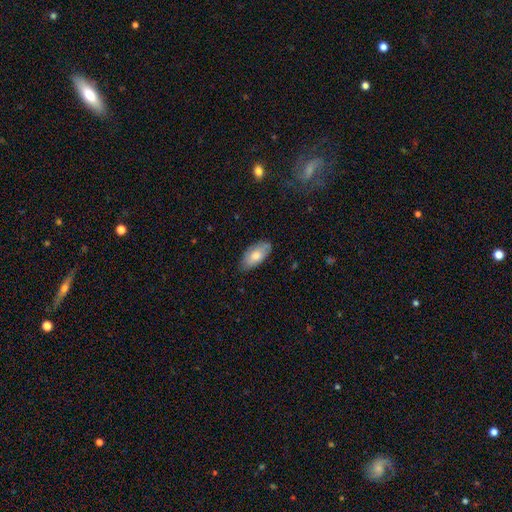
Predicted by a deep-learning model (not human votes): Smooth or featured? Predicted: smooth (p=0.70). How rounded? Predicted: in between (p=0.93). Merging? Predicted: none (p=0.78).